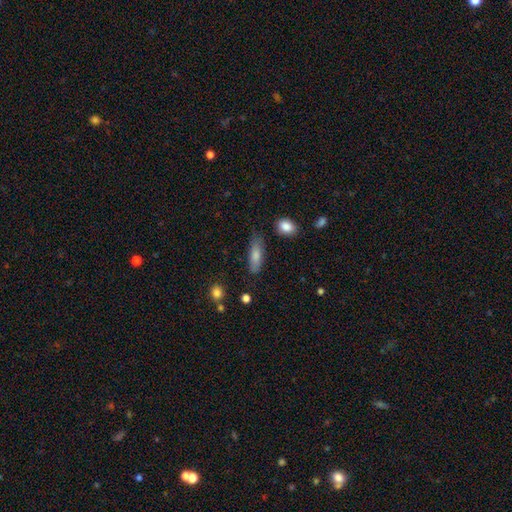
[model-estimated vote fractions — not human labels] A smooth galaxy with no disk features (79%) that is in between round and cigar-shaped (57%). Merging: none (71%).